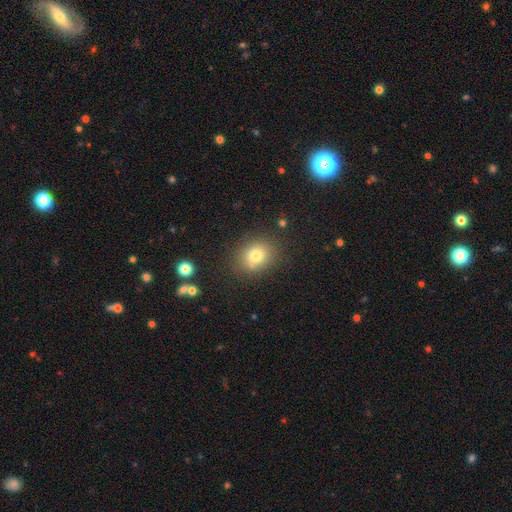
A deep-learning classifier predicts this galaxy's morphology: Smooth or featured?
  - smooth: 77% *
  - star or artifact: 13%
  - featured or disk: 10%
How rounded?
  - round: 59% *
  - in between: 40%
  - cigar-shaped: 1%
Merging?
  - none: 79% *
  - minor disturbance: 12%
  - merger: 5%
  - major disturbance: 4%